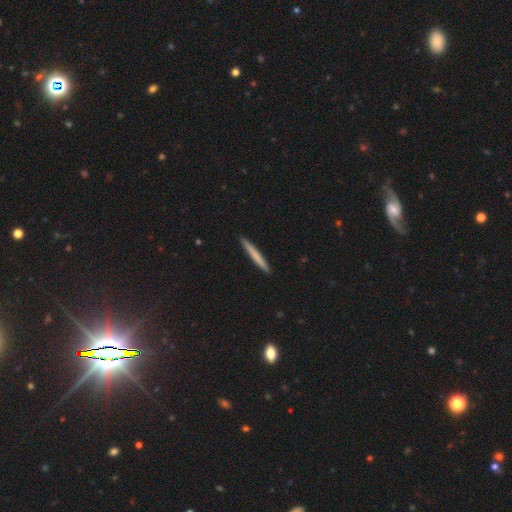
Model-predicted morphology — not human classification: type=smooth (69%); roundness=cigar-shaped (97%); merging=none (92%).